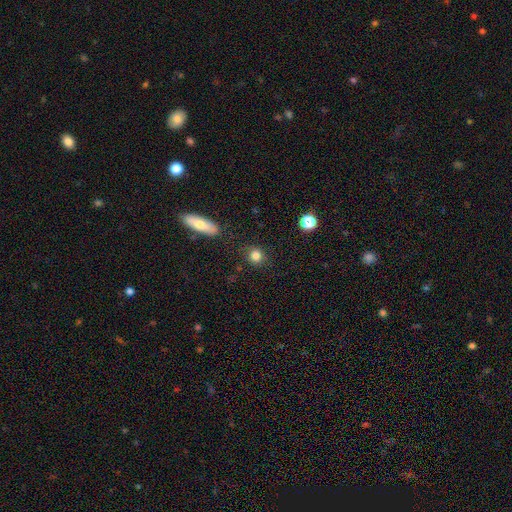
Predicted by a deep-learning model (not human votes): Morphology: type=smooth (82%); roundness=round (83%); merging=none (85%).